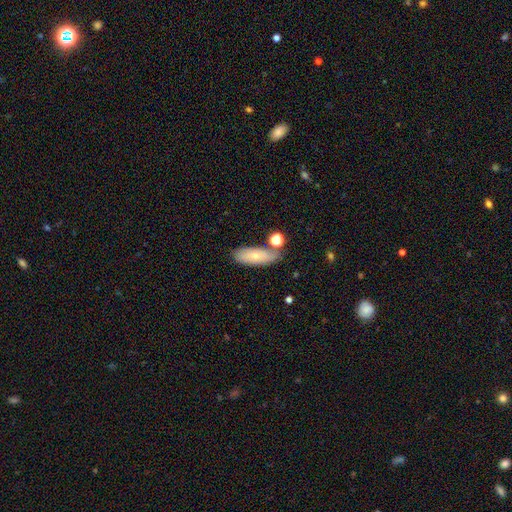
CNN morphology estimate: Q: Smooth or featured?
A: smooth (71%); runner-up: featured or disk (21%)
Q: How rounded?
A: in between (69%); runner-up: cigar-shaped (28%)
Q: Merging?
A: none (69%); runner-up: minor disturbance (16%)